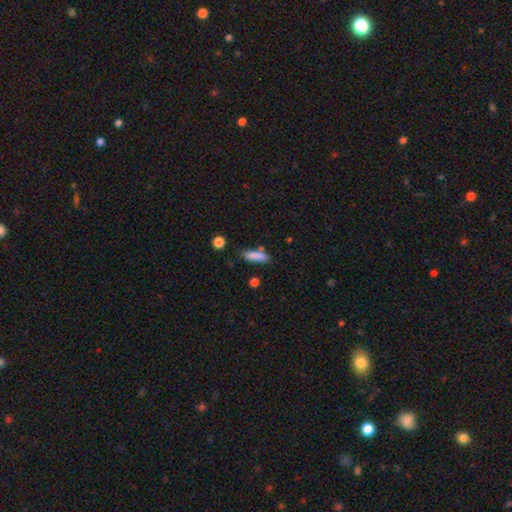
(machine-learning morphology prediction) This appears to be a smooth galaxy with no disk features (84%) that is cigar-shaped (62%). Merging: none (71%).